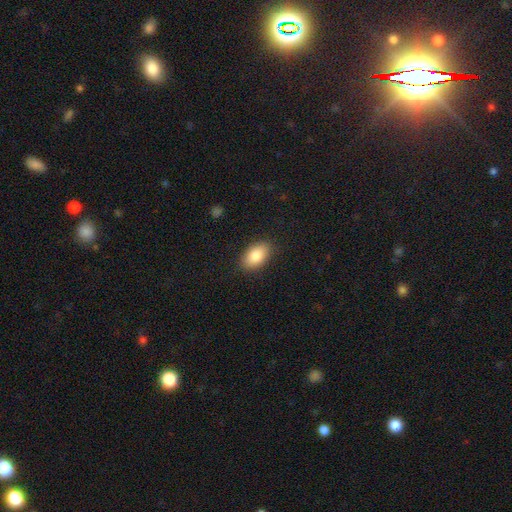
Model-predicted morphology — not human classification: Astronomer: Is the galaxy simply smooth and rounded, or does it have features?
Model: smooth — 86%.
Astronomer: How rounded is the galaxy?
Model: in between — 92%.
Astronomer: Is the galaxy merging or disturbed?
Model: none — 87%.